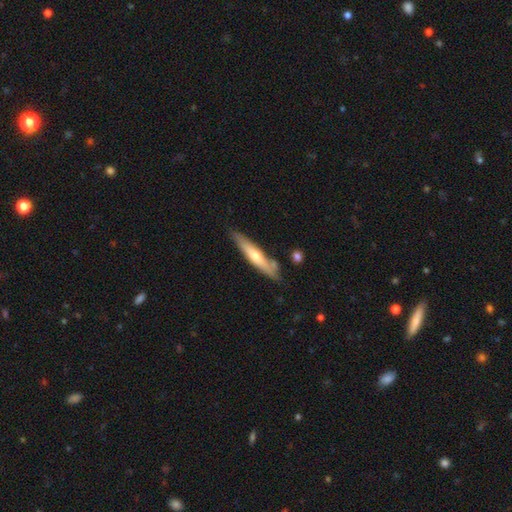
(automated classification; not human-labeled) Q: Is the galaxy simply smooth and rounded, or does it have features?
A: featured or disk — 50%.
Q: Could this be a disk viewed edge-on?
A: yes — 86%.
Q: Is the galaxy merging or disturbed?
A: none — 77%.